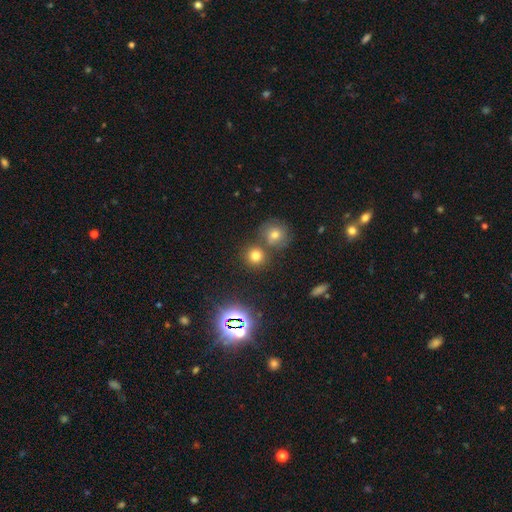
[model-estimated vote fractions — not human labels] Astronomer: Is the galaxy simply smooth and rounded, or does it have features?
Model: smooth — 71%.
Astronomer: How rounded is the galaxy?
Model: round — 90%.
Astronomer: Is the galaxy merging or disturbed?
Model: none — 70%.